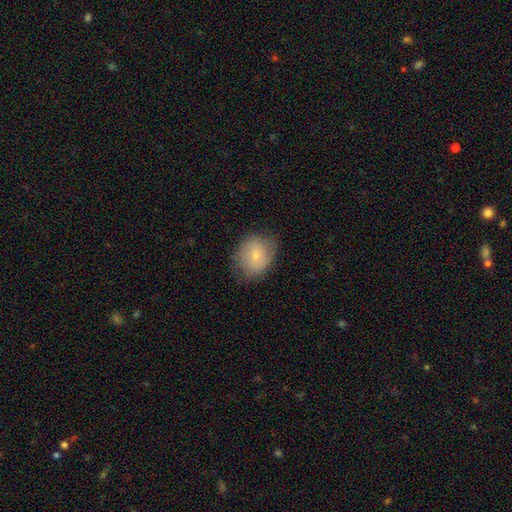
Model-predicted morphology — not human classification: smooth 65%, featured or disk 27%, star or artifact 8%. Down the decision tree: how rounded — round (57%); merging — none (72%).